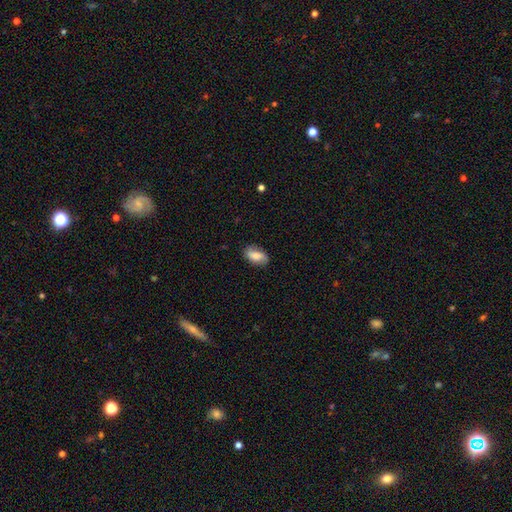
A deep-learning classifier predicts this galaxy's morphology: This is likely a smooth galaxy (68%). How rounded: clearly in between (90%). Merging: likely none (78%).